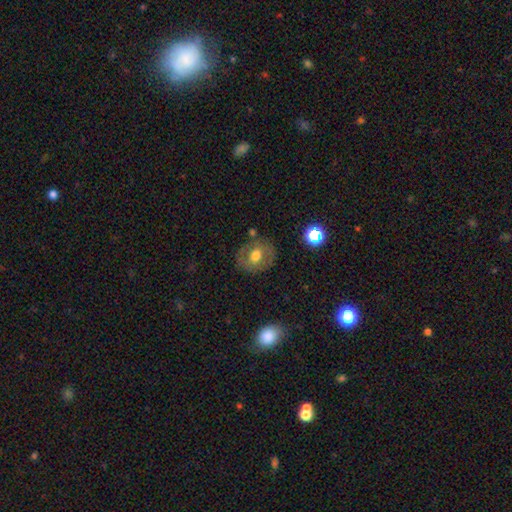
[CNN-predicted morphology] type=smooth (53%); roundness=round (63%); merging=none (77%).